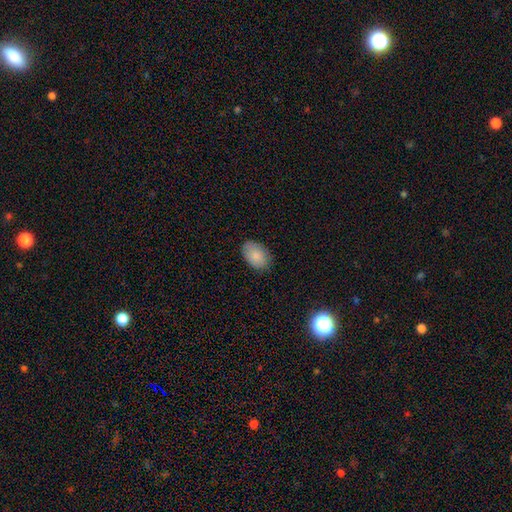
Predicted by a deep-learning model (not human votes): This appears to be a smooth galaxy with no disk features (86%) that is in between round and cigar-shaped (87%). Merging: none (84%).